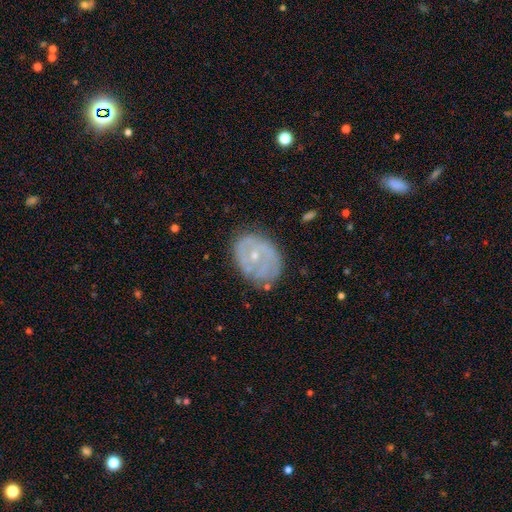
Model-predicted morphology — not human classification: featured or disk 69%, smooth 24%, star or artifact 8%. Down the decision tree: edge-on disk — no (96%); bar — no (69%); spiral arms — yes (66%); bulge size — small (74%); merging — none (69%).